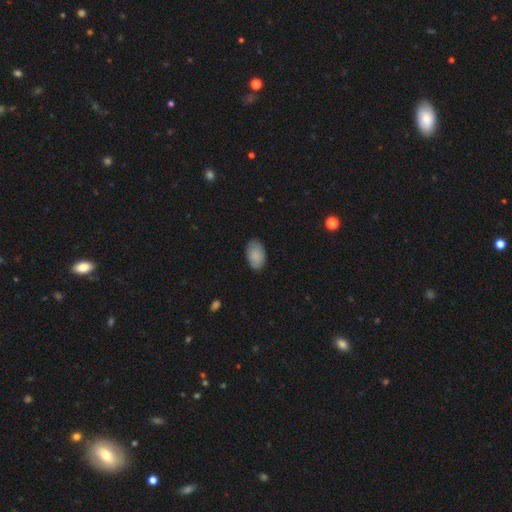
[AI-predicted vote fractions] Smooth or featured? smooth (88%)
How rounded? in between (93%)
Merging? none (85%)